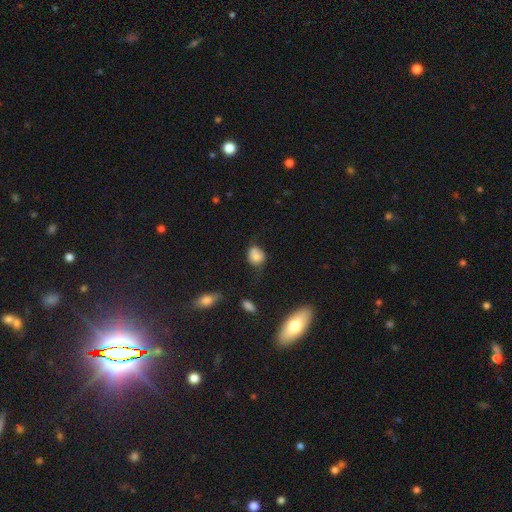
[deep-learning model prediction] Overall: smooth (75%). How rounded: round (63%; in between 36%). Merging: none (48%; minor disturbance 30%).